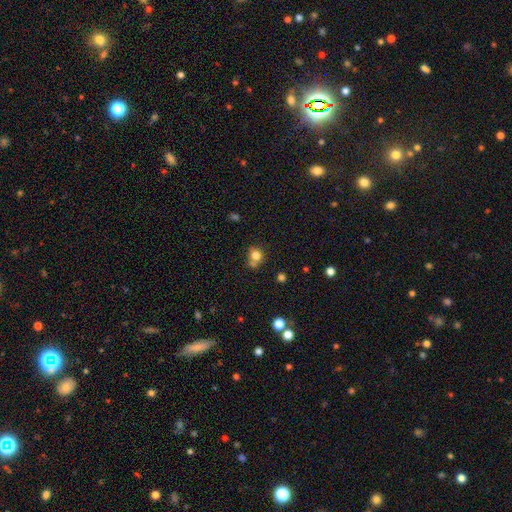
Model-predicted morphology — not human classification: smooth_or_featured: smooth (p=0.79) [alt: star or artifact p=0.12]
how_rounded: round (p=0.81) [alt: in between p=0.18]
merging: none (p=0.55) [alt: merger p=0.26]